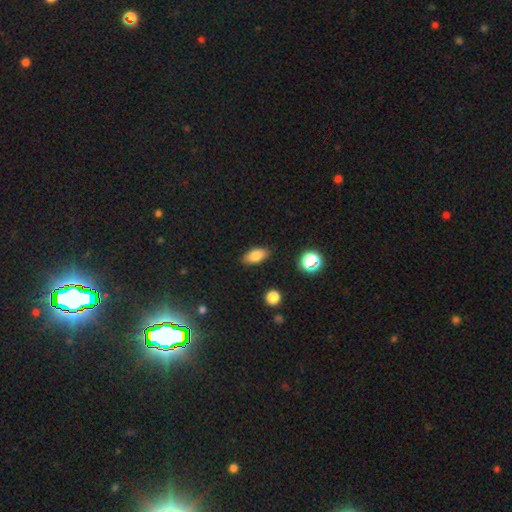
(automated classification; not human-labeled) Q: Smooth or featured?
A: smooth (80%); runner-up: featured or disk (10%)
Q: How rounded?
A: in between (86%); runner-up: cigar-shaped (8%)
Q: Merging?
A: none (87%); runner-up: minor disturbance (9%)